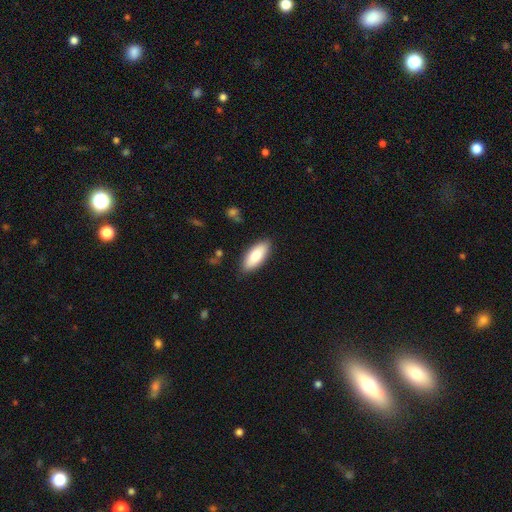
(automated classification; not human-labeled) Smooth or featured: smooth — 81% (featured or disk — 13%)
How rounded: in between — 83% (cigar-shaped — 15%)
Merging: none — 87% (minor disturbance — 10%)